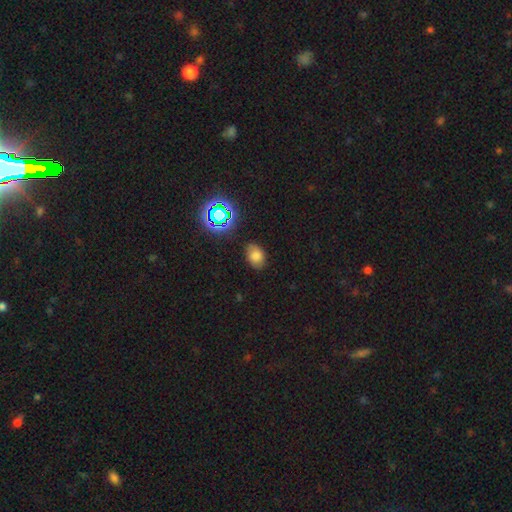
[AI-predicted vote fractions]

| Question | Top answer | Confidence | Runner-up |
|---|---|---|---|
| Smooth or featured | smooth | 72% | star or artifact (19%) |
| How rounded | in between | 77% | round (22%) |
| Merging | none | 80% | minor disturbance (15%) |